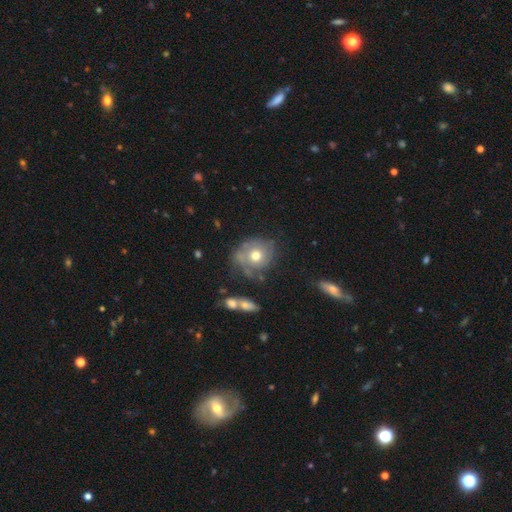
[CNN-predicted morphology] A smooth galaxy with no disk features (49%). Merging: none (55%).